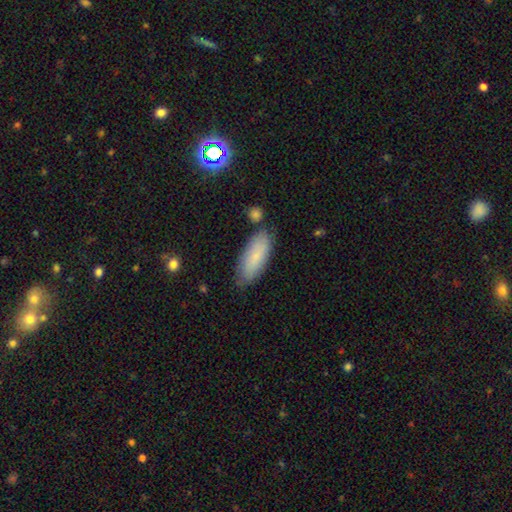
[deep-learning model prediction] A smooth galaxy with no disk features (80%) that is in between round and cigar-shaped (78%).

Vote fractions:
- Smooth or featured? smooth: 80% / featured or disk: 13% / star or artifact: 7%
- How rounded? in between: 78% / cigar-shaped: 20% / round: 2%
- Merging? none: 77% / minor disturbance: 16% / merger: 4% / major disturbance: 3%